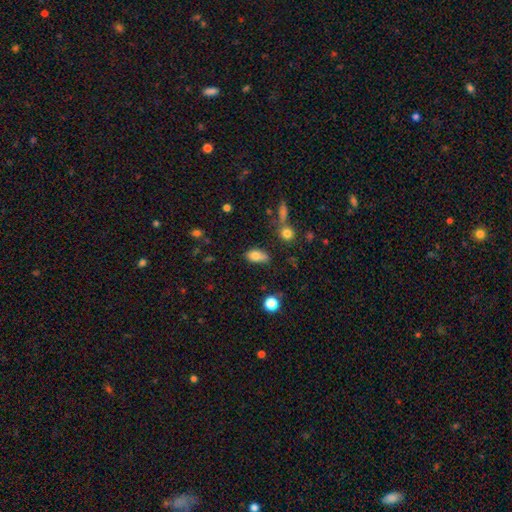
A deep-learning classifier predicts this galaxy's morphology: This appears to be a smooth galaxy with no disk features (81%) that is in between round and cigar-shaped (88%). Merging: none (56%).